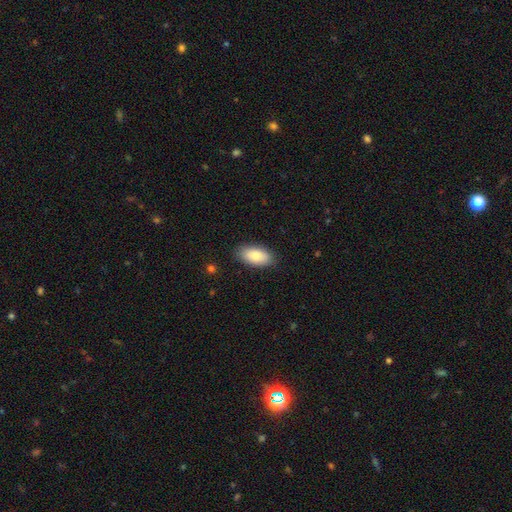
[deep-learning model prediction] Morphology: type=smooth (82%); roundness=in between (92%); merging=none (87%).